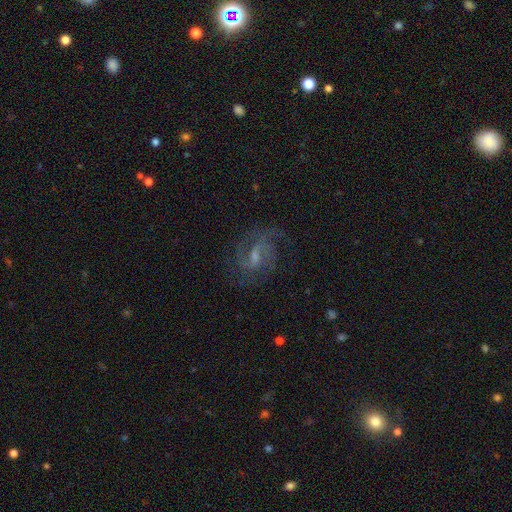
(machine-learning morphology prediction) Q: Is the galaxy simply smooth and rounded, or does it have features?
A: featured or disk — 81%.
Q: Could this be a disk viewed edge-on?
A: no — 97%.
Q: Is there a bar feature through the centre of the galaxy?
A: weak — 59%.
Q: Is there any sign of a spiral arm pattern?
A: yes — 94%.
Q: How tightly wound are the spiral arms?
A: medium — 51%.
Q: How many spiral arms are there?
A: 2 — 59%.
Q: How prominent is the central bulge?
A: small — 40%.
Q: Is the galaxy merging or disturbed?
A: none — 67%.